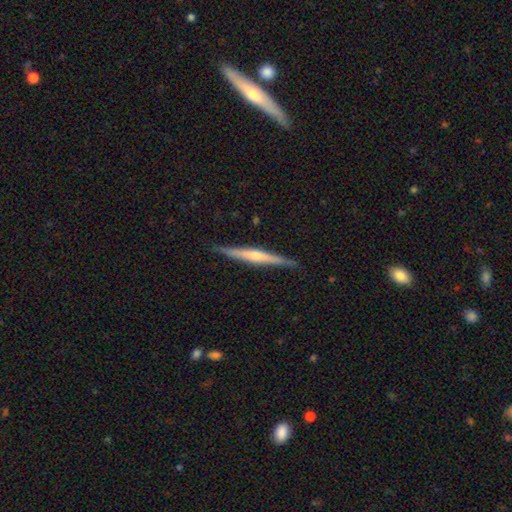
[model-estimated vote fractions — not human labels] Overall: featured or disk (66%; smooth 28%). Edge-on disk: yes (98%). Edge-on bulge: rounded (65%; none 26%). Merging: none (89%).